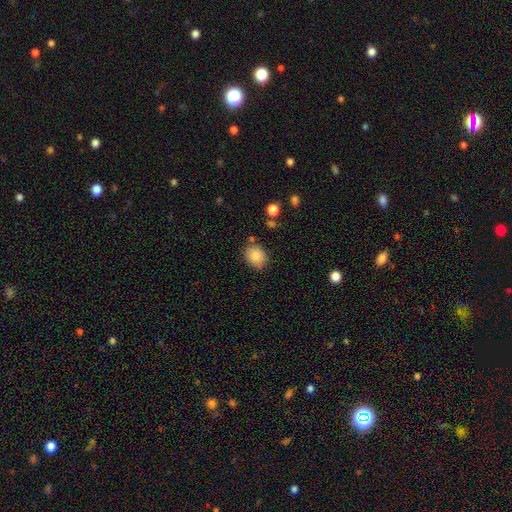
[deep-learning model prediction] Smooth or featured: smooth — 86% (star or artifact — 9%)
How rounded: round — 60% (in between — 39%)
Merging: none — 78% (minor disturbance — 14%)